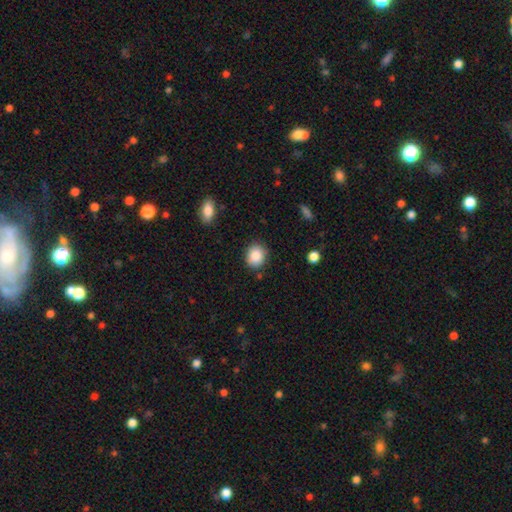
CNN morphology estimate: A smooth galaxy with no disk features (87%) that is round (71%).

Vote fractions:
- Smooth or featured? smooth: 87% / star or artifact: 8% / featured or disk: 5%
- How rounded? round: 71% / in between: 28% / cigar-shaped: 1%
- Merging? none: 85% / minor disturbance: 11% / major disturbance: 3% / merger: 2%